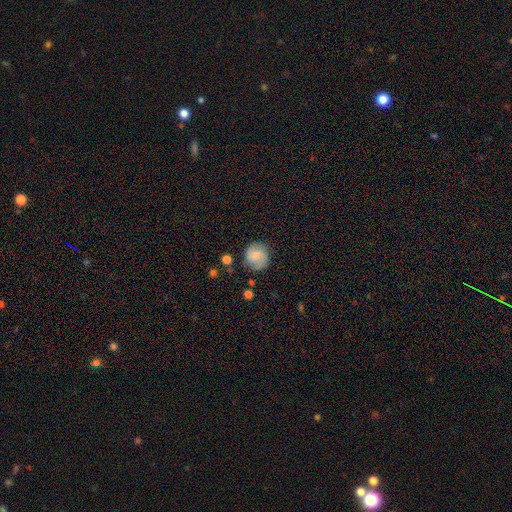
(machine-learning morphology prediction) A smooth galaxy with no disk features (51%) that is round (85%). Merging: none (79%).